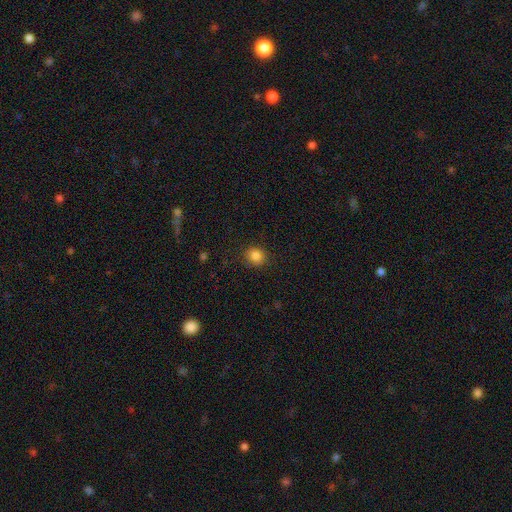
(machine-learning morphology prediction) Smooth or featured: smooth — 85% (star or artifact — 11%)
How rounded: round — 82% (in between — 17%)
Merging: none — 87% (minor disturbance — 9%)